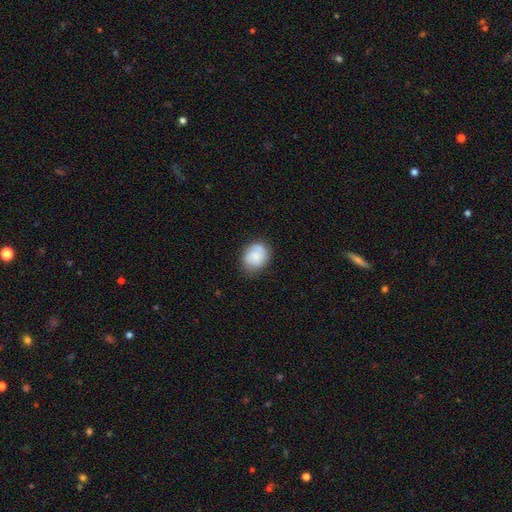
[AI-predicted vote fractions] smooth-or-featured: smooth: 74% | featured or disk: 18% | star or artifact: 8%
  how-rounded: round: 52% | in between: 47% | cigar-shaped: 1%
  merging: none: 71% | minor disturbance: 21% | major disturbance: 5% | merger: 2%